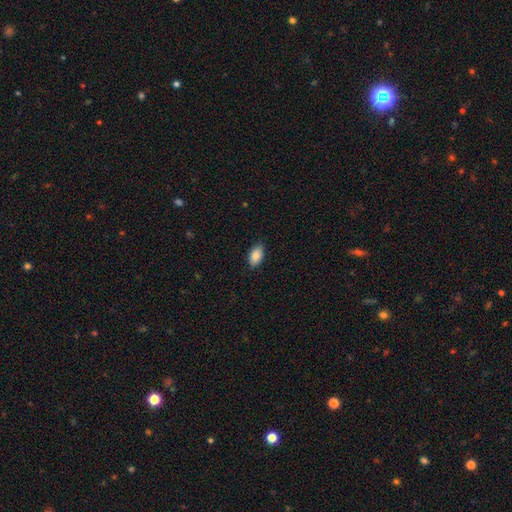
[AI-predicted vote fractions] Smooth or featured? smooth (88%)
How rounded? in between (93%)
Merging? none (85%)